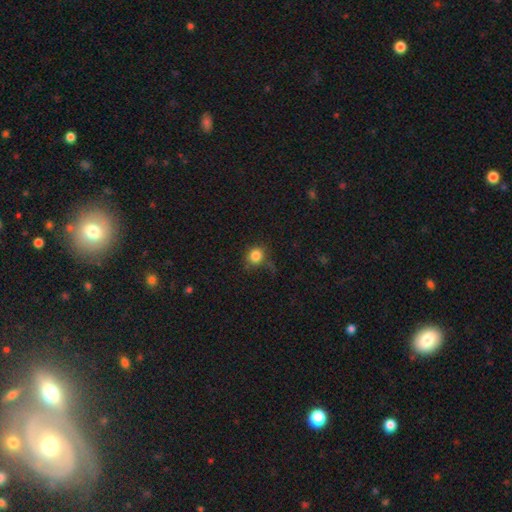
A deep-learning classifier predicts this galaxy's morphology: type=smooth (83%); roundness=round (84%); merging=none (71%).